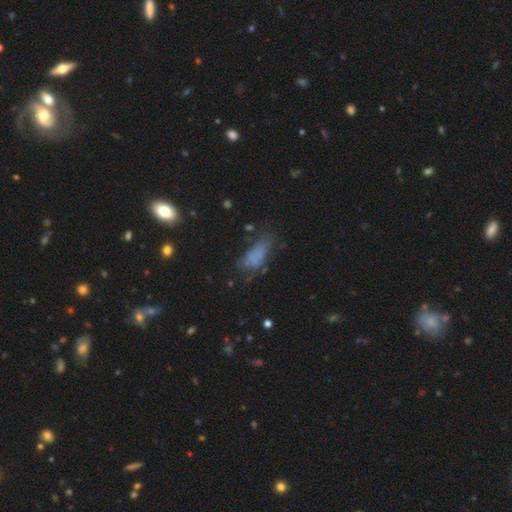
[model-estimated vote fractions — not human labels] Smooth or featured: smooth — 64% (featured or disk — 21%)
How rounded: in between — 79% (cigar-shaped — 17%)
Merging: none — 41% (minor disturbance — 28%)